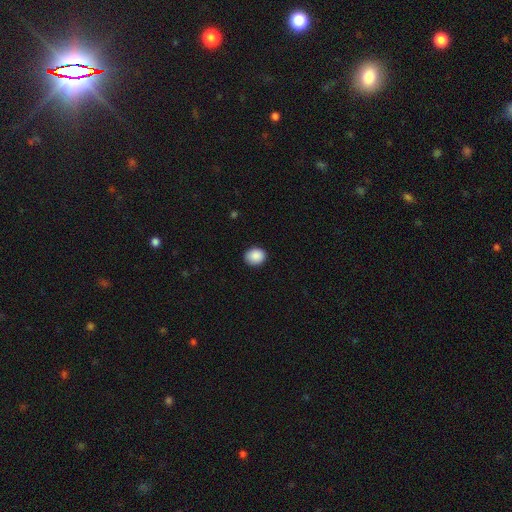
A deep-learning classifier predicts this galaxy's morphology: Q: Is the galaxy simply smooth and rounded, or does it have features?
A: smooth — 89%.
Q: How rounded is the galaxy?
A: round — 68%.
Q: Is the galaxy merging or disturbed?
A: none — 89%.